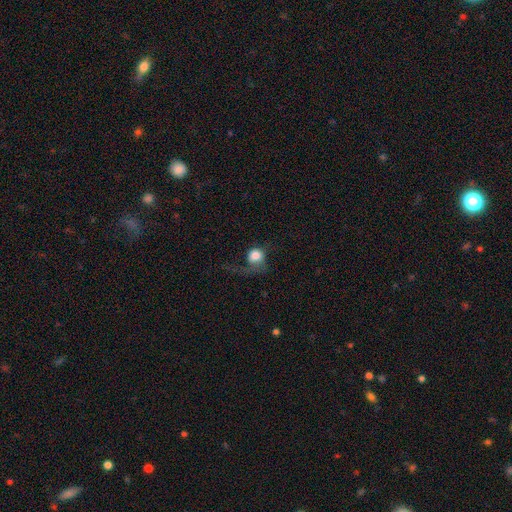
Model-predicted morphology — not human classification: A smooth galaxy with no disk features (70%) that is round (81%). Merging: major disturbance (55%).